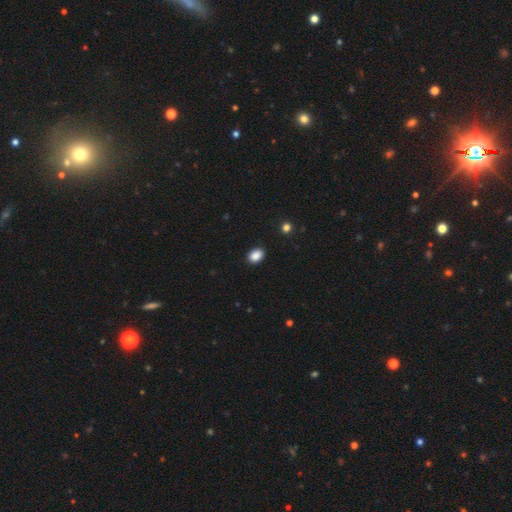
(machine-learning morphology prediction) Q: Smooth or featured?
A: smooth (88%); runner-up: star or artifact (9%)
Q: How rounded?
A: in between (74%); runner-up: round (24%)
Q: Merging?
A: none (90%); runner-up: minor disturbance (7%)